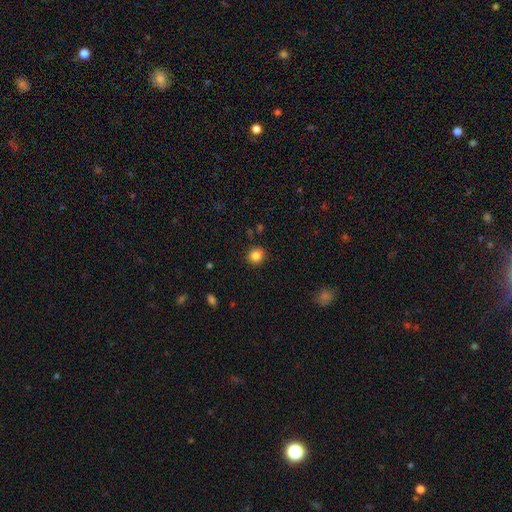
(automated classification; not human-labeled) Smooth or featured? smooth (85%)
How rounded? round (85%)
Merging? none (88%)